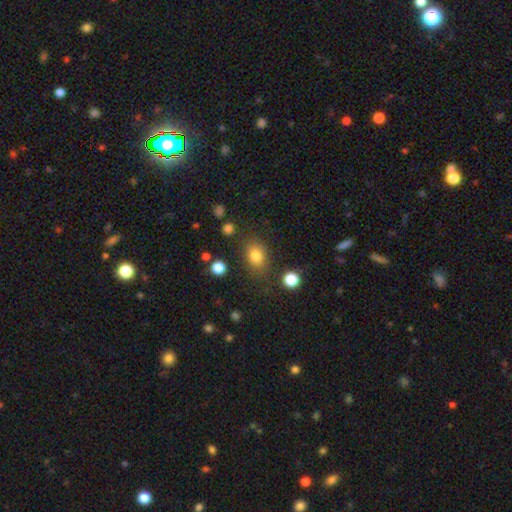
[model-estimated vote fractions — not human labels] Smooth or featured?
  - smooth: 81% *
  - star or artifact: 12%
  - featured or disk: 7%
How rounded?
  - in between: 63% *
  - round: 36%
  - cigar-shaped: 1%
Merging?
  - none: 77% *
  - minor disturbance: 14%
  - major disturbance: 5%
  - merger: 4%